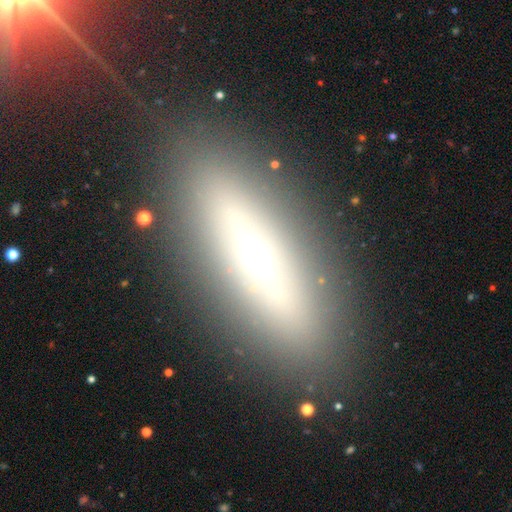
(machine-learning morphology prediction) The model was most divided on "smooth or featured": featured or disk: 60%, smooth: 29%, star or artifact: 11%. More confident: merging — none (85%); edge-on disk — yes (77%).